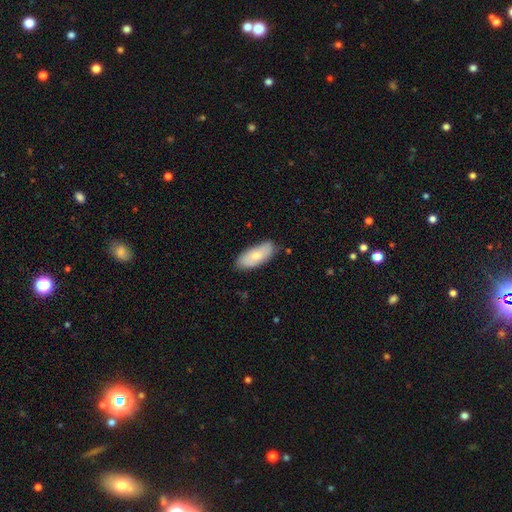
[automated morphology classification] A smooth galaxy with no disk features (71%) that is in between round and cigar-shaped (86%). Merging: none (80%).